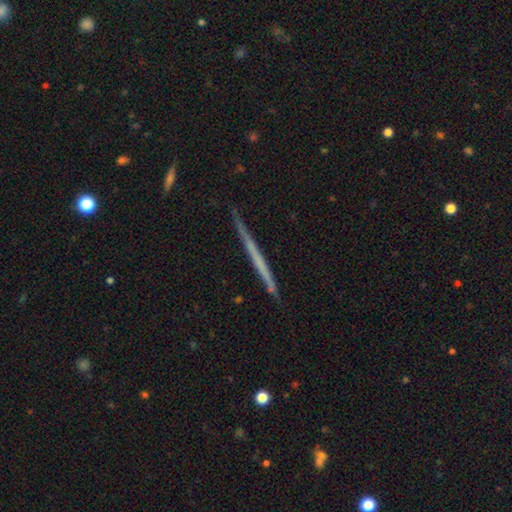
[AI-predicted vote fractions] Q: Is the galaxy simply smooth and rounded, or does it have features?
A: featured or disk — 58%.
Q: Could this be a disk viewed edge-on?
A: yes — 98%.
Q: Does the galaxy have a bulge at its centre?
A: none — 89%.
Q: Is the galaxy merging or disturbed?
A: none — 89%.